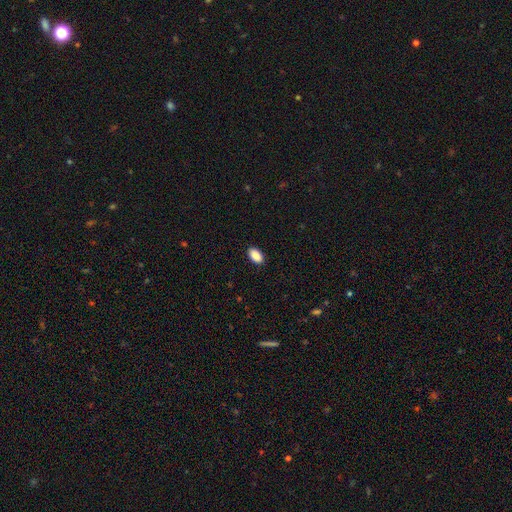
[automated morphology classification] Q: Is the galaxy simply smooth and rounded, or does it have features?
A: smooth — 90%.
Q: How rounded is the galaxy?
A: in between — 94%.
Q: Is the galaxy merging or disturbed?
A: none — 89%.